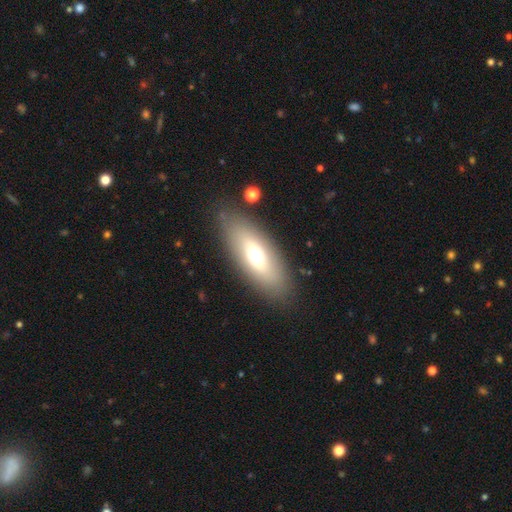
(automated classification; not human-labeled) A smooth galaxy with no disk features (60%) that is in between round and cigar-shaped (76%).

Vote fractions:
- Smooth or featured? smooth: 60% / featured or disk: 32% / star or artifact: 9%
- How rounded? in between: 76% / cigar-shaped: 21% / round: 4%
- Merging? none: 82% / minor disturbance: 11% / major disturbance: 5% / merger: 2%